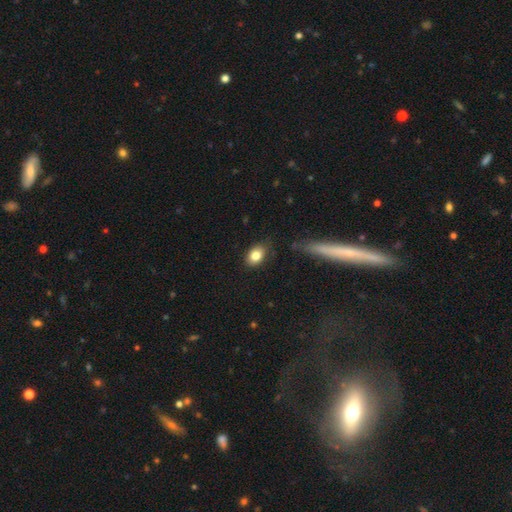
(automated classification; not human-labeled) Morphology: type=smooth (82%); roundness=in between (78%); merging=none (80%).